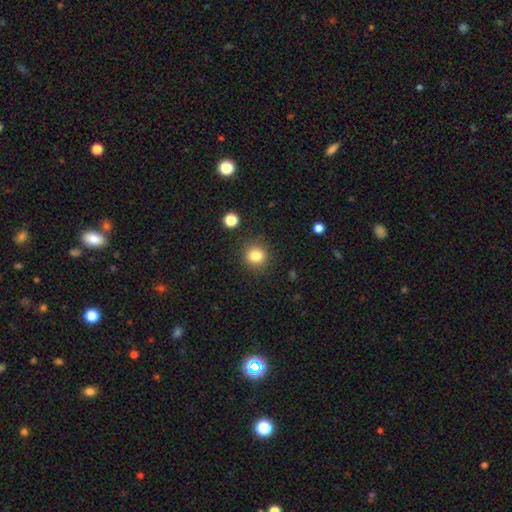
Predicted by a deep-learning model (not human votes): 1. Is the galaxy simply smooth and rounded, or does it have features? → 83% smooth, 11% star or artifact, 5% featured or disk.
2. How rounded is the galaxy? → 90% round, 9% in between, 1% cigar-shaped.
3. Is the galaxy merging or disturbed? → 87% none, 8% minor disturbance, 3% major disturbance, 2% merger.